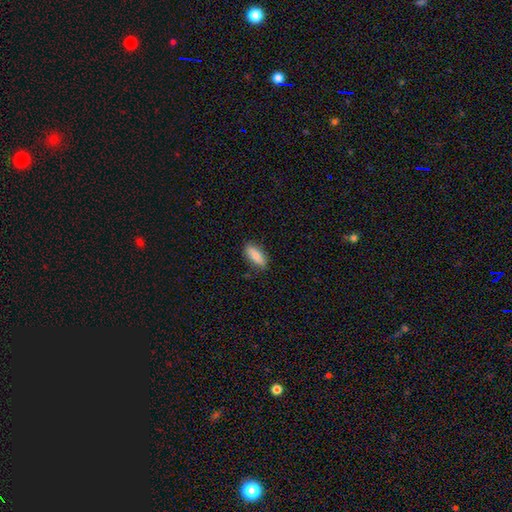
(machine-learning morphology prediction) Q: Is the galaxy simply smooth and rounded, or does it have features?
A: smooth — 81%.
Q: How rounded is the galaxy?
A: in between — 75%.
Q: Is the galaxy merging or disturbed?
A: none — 83%.